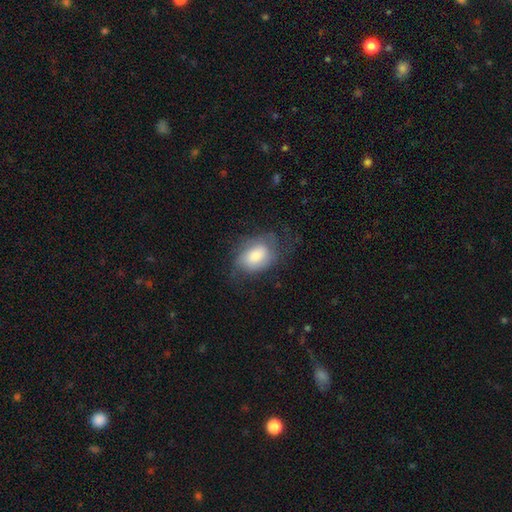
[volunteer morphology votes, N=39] Smooth or featured: featured or disk — 51% (smooth — 38%)
Edge-on disk: no — 100%
Bar: no — 90% (strong — 5%)
Spiral arms: yes — 80% (no — 20%)
Spiral winding: tight — 56% (medium — 25%)
Spiral arm count: can't tell — 56% (2 — 25%)
Bulge size: moderate — 70% (large — 15%)
Merging: none — 54% (minor disturbance — 29%)